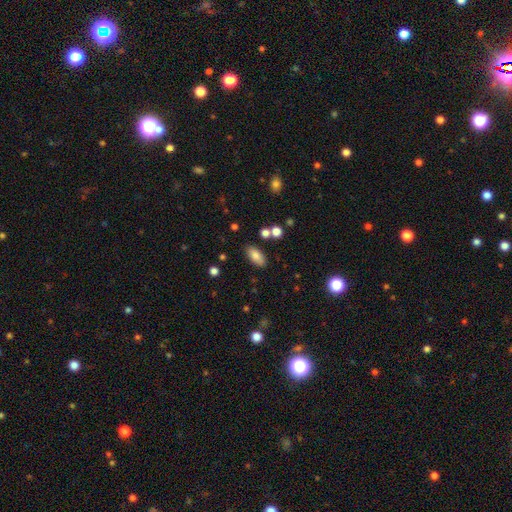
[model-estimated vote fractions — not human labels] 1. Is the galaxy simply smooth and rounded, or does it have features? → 81% smooth, 10% featured or disk, 9% star or artifact.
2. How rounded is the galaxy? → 90% in between, 7% cigar-shaped, 4% round.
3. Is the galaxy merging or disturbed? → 82% none, 10% minor disturbance, 5% merger, 3% major disturbance.